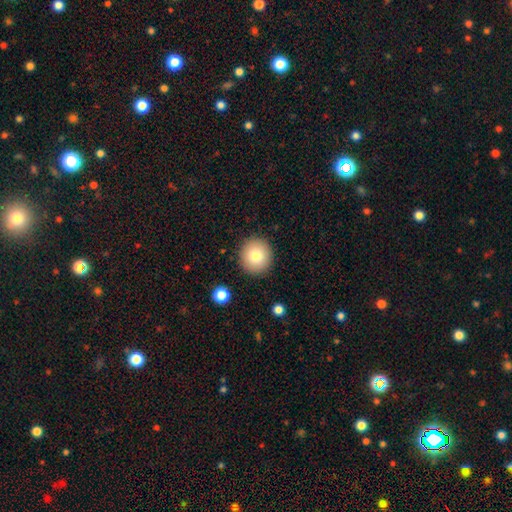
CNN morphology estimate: Smooth or featured? smooth (79%)
How rounded? round (92%)
Merging? none (90%)